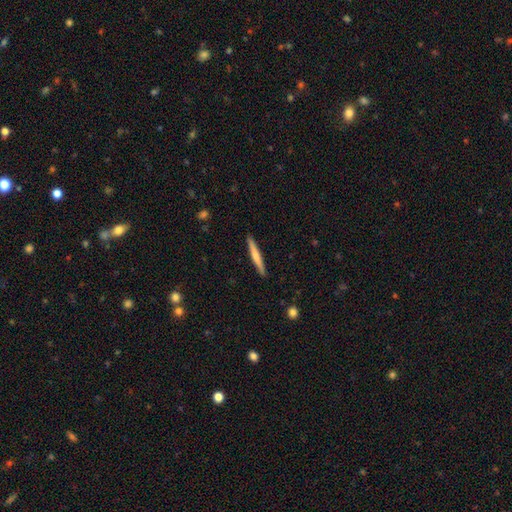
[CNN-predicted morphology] Overall: smooth (57%; featured or disk 38%). How rounded: cigar-shaped (96%). Merging: none (91%).